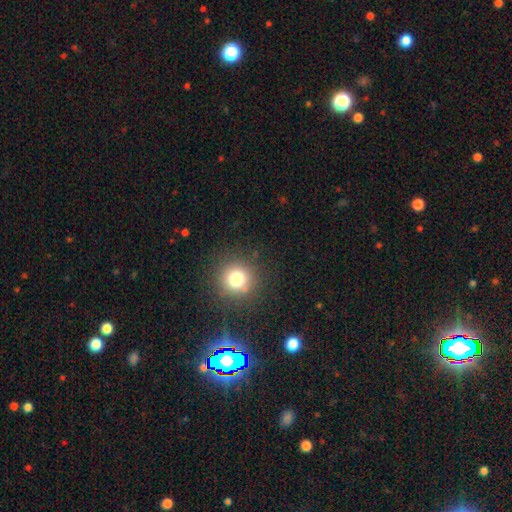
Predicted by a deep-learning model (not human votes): Q: Smooth or featured?
A: smooth (49%); runner-up: star or artifact (44%)
Q: Merging?
A: none (90%); runner-up: minor disturbance (5%)